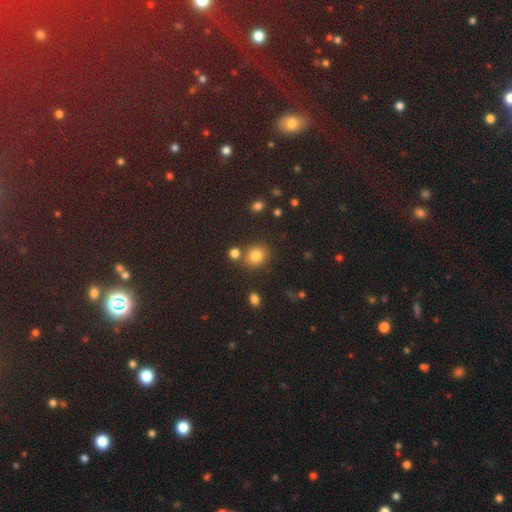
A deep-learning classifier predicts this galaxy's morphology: This appears to be a smooth galaxy with no disk features (79%) that is round (76%). Merging: none (75%).